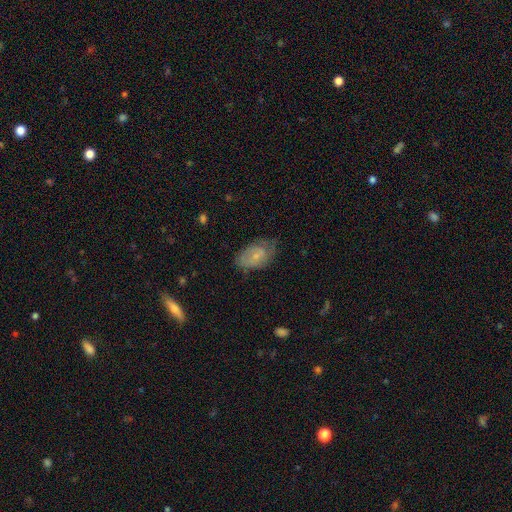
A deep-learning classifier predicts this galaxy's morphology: Q: Smooth or featured?
A: smooth (58%); runner-up: featured or disk (34%)
Q: How rounded?
A: in between (89%); runner-up: round (9%)
Q: Merging?
A: none (52%); runner-up: minor disturbance (33%)